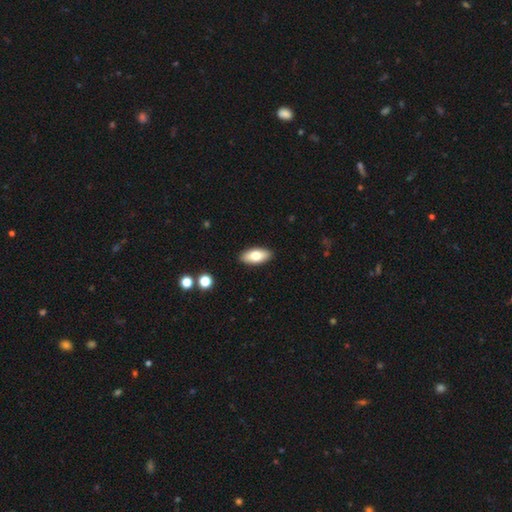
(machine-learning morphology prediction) smooth 77%, featured or disk 17%, star or artifact 7%. Down the decision tree: how rounded — in between (90%); merging — none (90%).